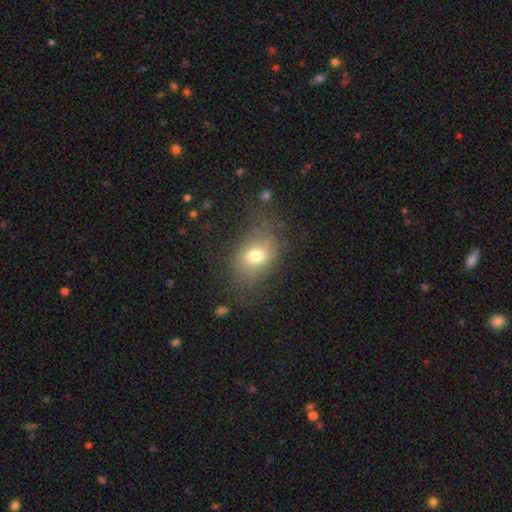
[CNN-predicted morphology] The model was most divided on "how rounded": in between: 69%, round: 30%, cigar-shaped: 2%. More confident: smooth or featured — smooth (70%); merging — none (60%).